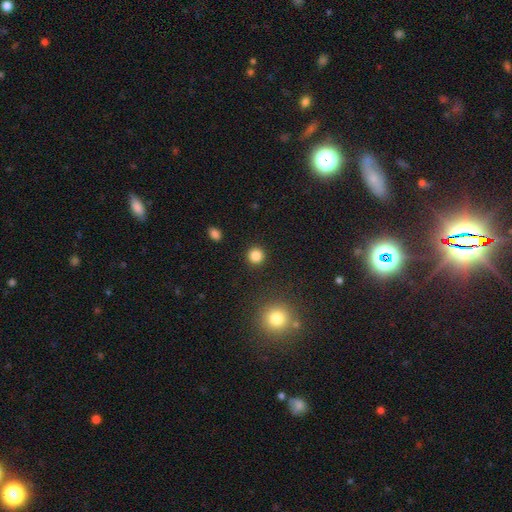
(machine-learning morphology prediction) smooth-or-featured: smooth: 85% | star or artifact: 11% | featured or disk: 4%
  how-rounded: round: 93% | in between: 6% | cigar-shaped: 1%
  merging: none: 91% | minor disturbance: 5% | major disturbance: 2% | merger: 2%